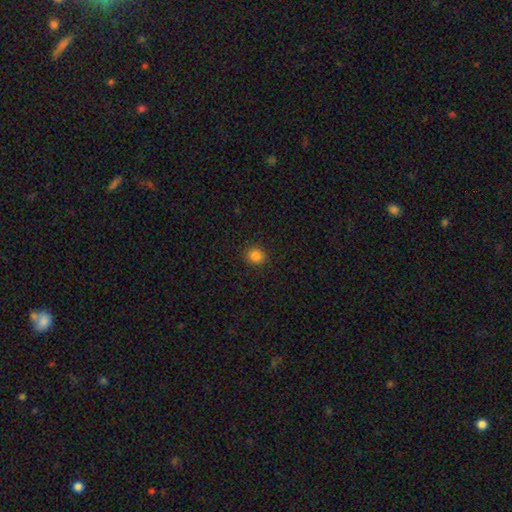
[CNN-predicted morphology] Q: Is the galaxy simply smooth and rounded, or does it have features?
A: smooth — 85%.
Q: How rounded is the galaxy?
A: round — 81%.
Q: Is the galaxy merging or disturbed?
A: none — 91%.